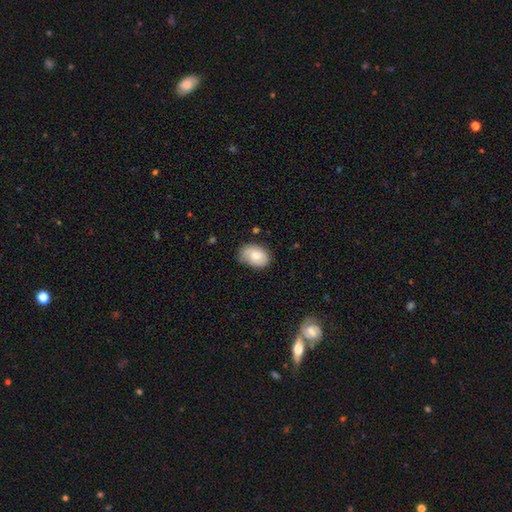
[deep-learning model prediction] smooth-or-featured: smooth: 77% | featured or disk: 15% | star or artifact: 7%
  how-rounded: in between: 80% | round: 19% | cigar-shaped: 1%
  merging: none: 66% | minor disturbance: 27% | major disturbance: 5% | merger: 2%